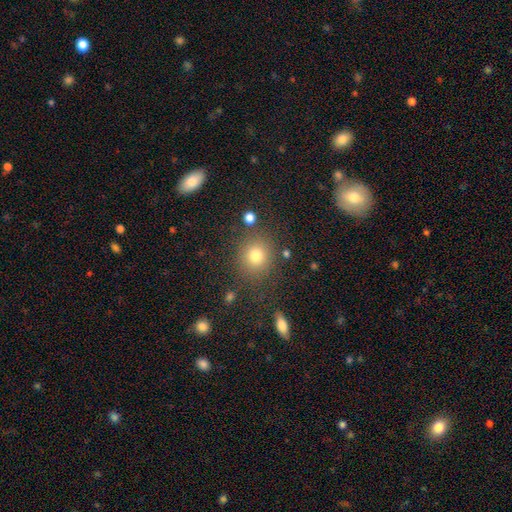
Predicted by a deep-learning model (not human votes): A smooth galaxy with no disk features (77%) that is round (83%).

Vote fractions:
- Smooth or featured? smooth: 77% / star or artifact: 15% / featured or disk: 8%
- How rounded? round: 83% / in between: 16% / cigar-shaped: 1%
- Merging? none: 83% / minor disturbance: 9% / merger: 4% / major disturbance: 4%